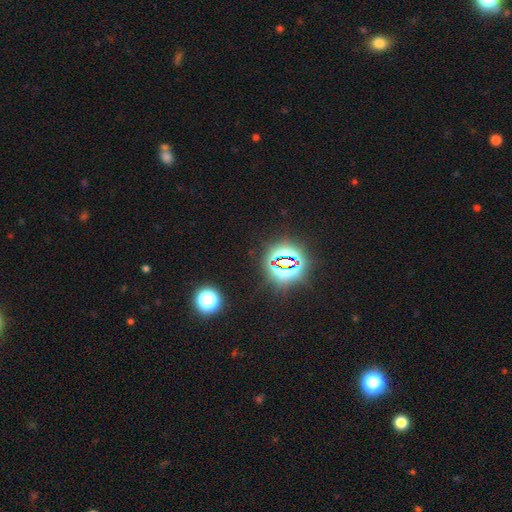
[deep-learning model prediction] Smooth or featured? star or artifact (82%)